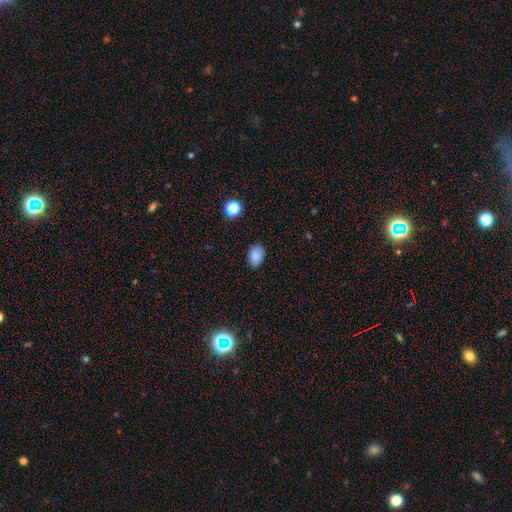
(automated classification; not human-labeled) This appears to be a smooth galaxy with no disk features (86%) that is in between round and cigar-shaped (82%). Merging: none (83%).